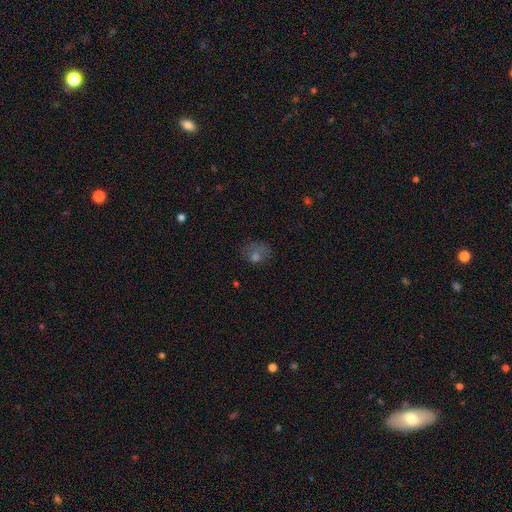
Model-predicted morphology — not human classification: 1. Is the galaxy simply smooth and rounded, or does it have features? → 55% smooth, 23% star or artifact, 22% featured or disk.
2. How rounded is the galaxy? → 49% in between (tied), 49% round (tied), 1% cigar-shaped.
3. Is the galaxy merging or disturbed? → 49% none, 25% minor disturbance, 22% major disturbance, 3% merger.